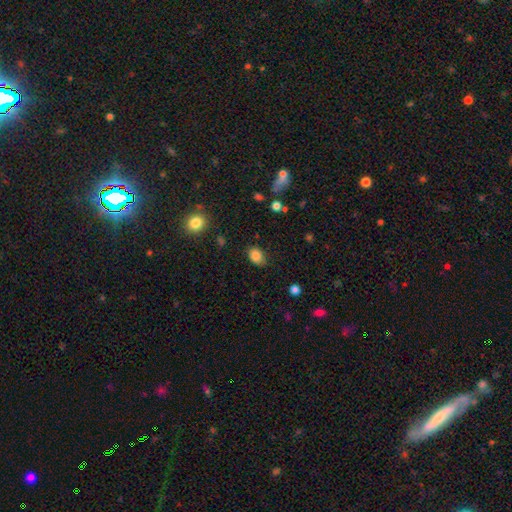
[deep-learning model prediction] smooth 84%, star or artifact 10%, featured or disk 6%. Down the decision tree: how rounded — in between (73%); merging — none (78%).